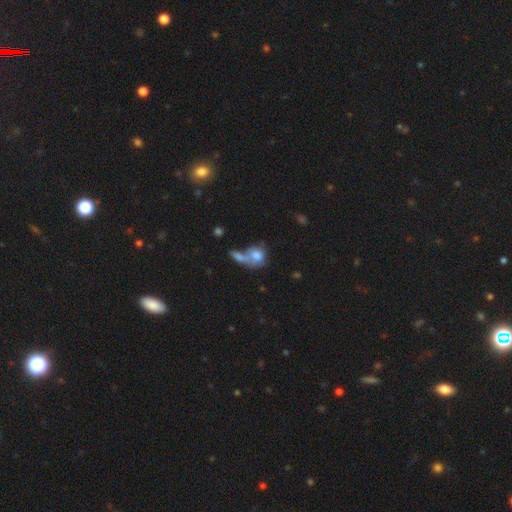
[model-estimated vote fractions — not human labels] Smooth or featured: smooth — 73% (featured or disk — 18%)
How rounded: round — 53% (in between — 44%)
Merging: merger — 55% (none — 25%)